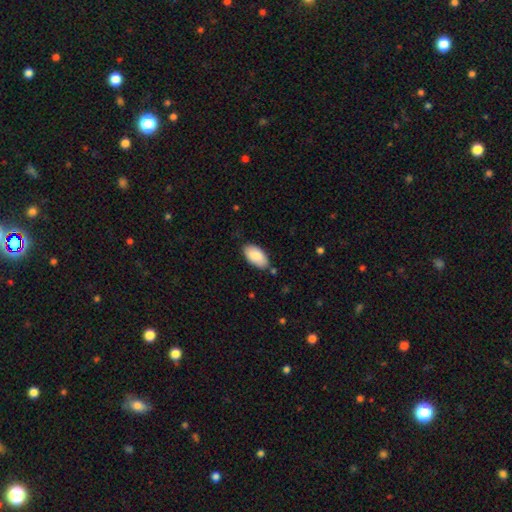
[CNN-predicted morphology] type=smooth (86%); roundness=in between (95%); merging=none (80%).